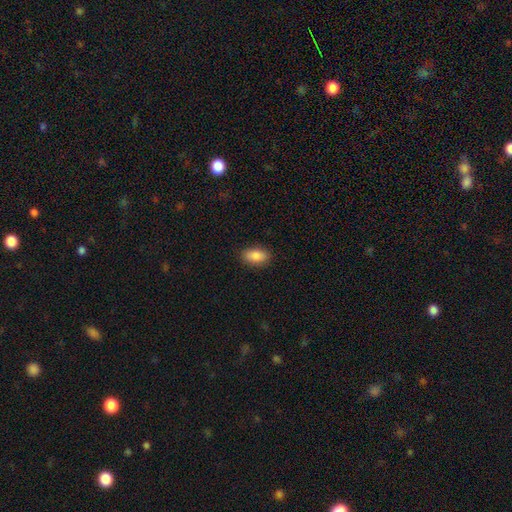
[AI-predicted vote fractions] The model was most divided on "merging": none: 88%, minor disturbance: 9%, major disturbance: 2%, merger: 1%. More confident: how rounded — in between (91%); smooth or featured — smooth (88%).